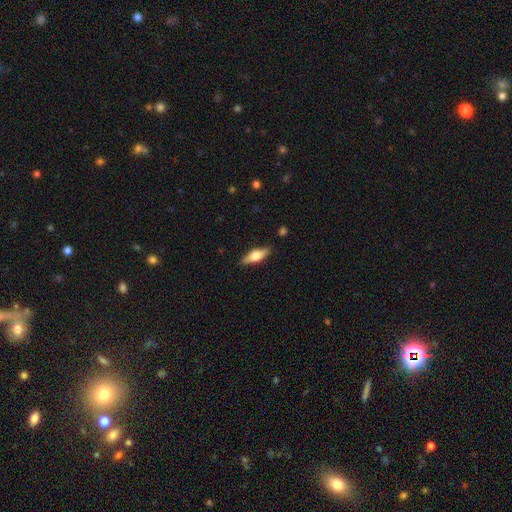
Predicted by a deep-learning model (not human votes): Smooth or featured? smooth (54%)
How rounded? in between (56%)
Merging? none (86%)